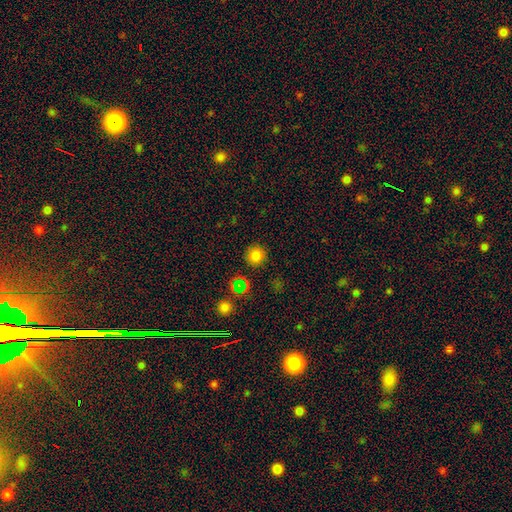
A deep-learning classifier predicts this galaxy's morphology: Smooth or featured? Predicted: smooth (p=0.80). How rounded? Predicted: round (p=0.95). Merging? Predicted: none (p=0.90).